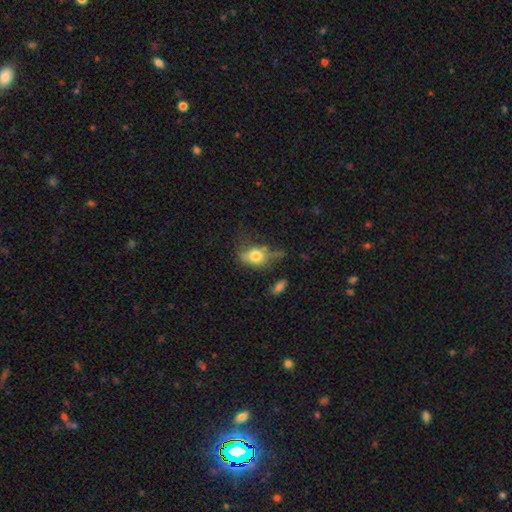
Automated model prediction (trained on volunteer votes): Overall: smooth (68%). How rounded: in between (69%). Merging: none (39%; minor disturbance 28%).